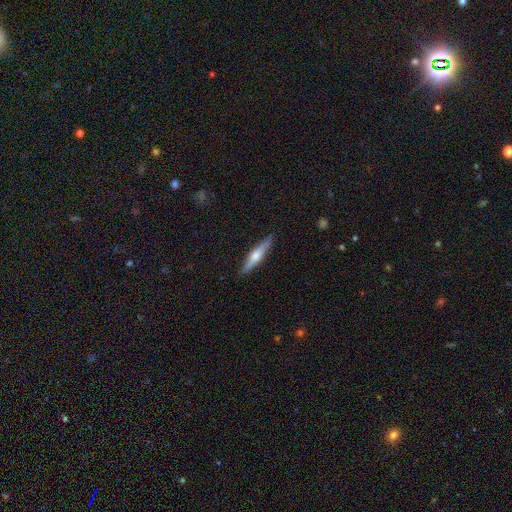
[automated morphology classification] Smooth or featured? featured or disk (61%)
Edge-on disk? yes (96%)
Edge-on bulge? rounded (90%)
Merging? none (89%)